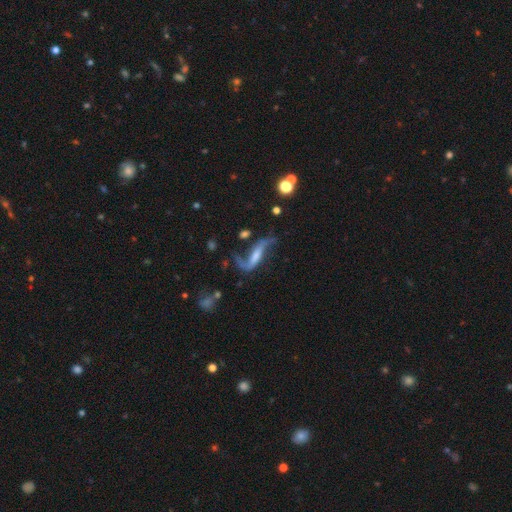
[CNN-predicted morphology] Q: Smooth or featured?
A: featured or disk (82%); runner-up: smooth (11%)
Q: Edge-on disk?
A: no (85%); runner-up: yes (15%)
Q: Bar?
A: weak (35%); tied with: strong (35%)
Q: Spiral arms?
A: yes (93%); runner-up: no (7%)
Q: Spiral winding?
A: loose (85%); runner-up: medium (11%)
Q: Spiral arm count?
A: 2 (88%); runner-up: 1 (6%)
Q: Bulge size?
A: small (34%); runner-up: moderate (31%)
Q: Merging?
A: none (54%); runner-up: major disturbance (20%)